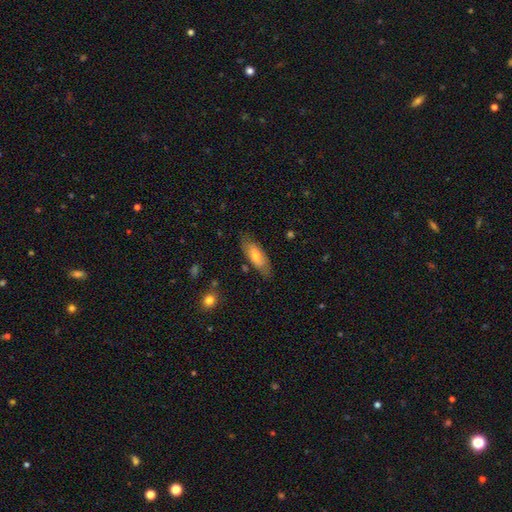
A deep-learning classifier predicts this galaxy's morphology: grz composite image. It shows a smooth galaxy with no disk features (71%) that is in between round and cigar-shaped (68%). Merging: none (79%).